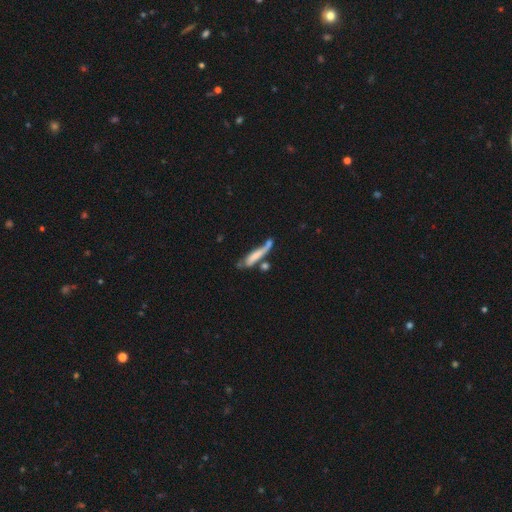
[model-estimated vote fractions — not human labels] A smooth galaxy with no disk features (55%) that is cigar-shaped (82%).

Vote fractions:
- Smooth or featured? smooth: 55% / featured or disk: 38% / star or artifact: 7%
- How rounded? cigar-shaped: 82% / in between: 16% / round: 2%
- Merging? none: 34% / merger: 28% / minor disturbance: 22% / major disturbance: 17%